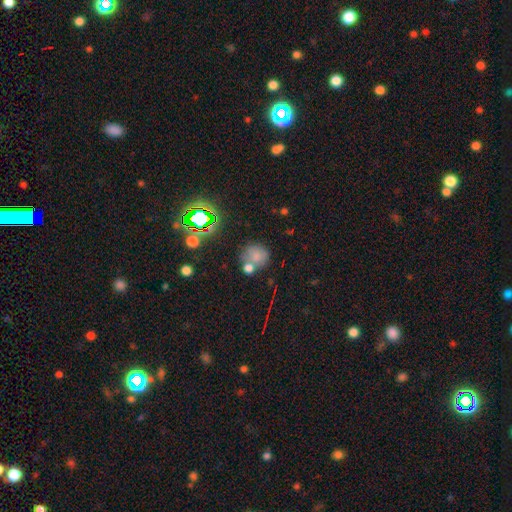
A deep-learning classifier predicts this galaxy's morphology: Smooth or featured? smooth (69%)
How rounded? round (84%)
Merging? none (55%)